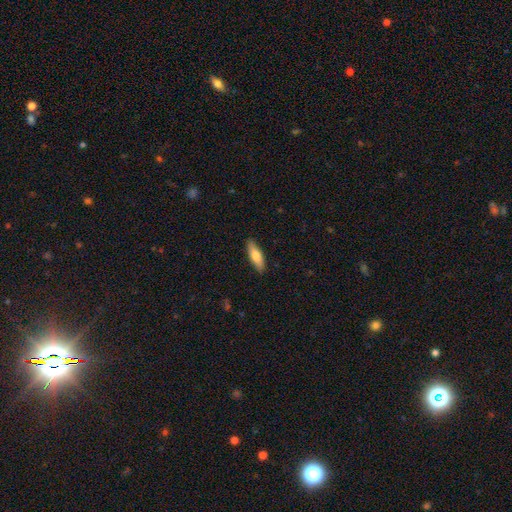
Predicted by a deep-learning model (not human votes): This appears to be a smooth galaxy with no disk features (74%) that is cigar-shaped (49%, tied with in between). Merging: none (88%).